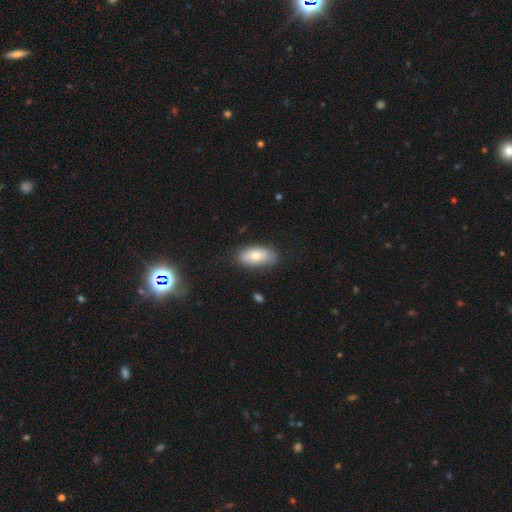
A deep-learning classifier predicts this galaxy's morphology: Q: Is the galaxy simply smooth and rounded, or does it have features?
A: smooth — 70%.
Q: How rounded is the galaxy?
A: in between — 92%.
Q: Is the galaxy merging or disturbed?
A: none — 78%.